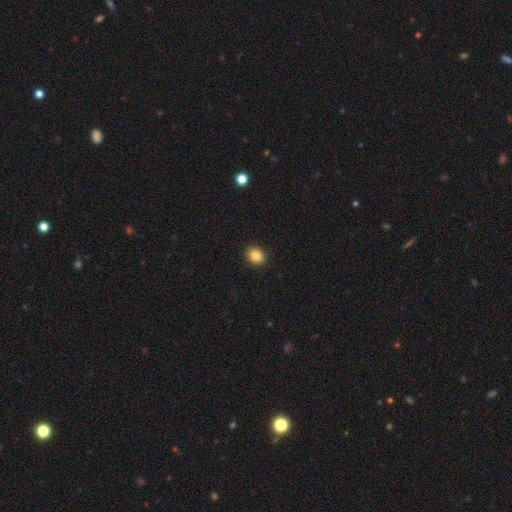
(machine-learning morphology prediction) A smooth galaxy with no disk features (85%) that is round (65%). Merging: none (92%).